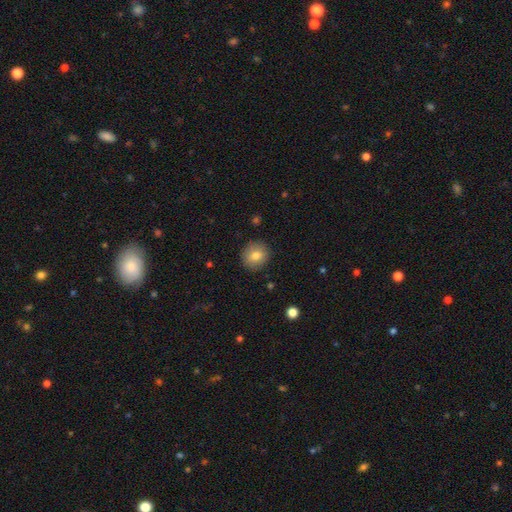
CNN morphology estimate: Smooth or featured: smooth — 79% (featured or disk — 13%)
How rounded: round — 88% (in between — 11%)
Merging: none — 89% (minor disturbance — 8%)